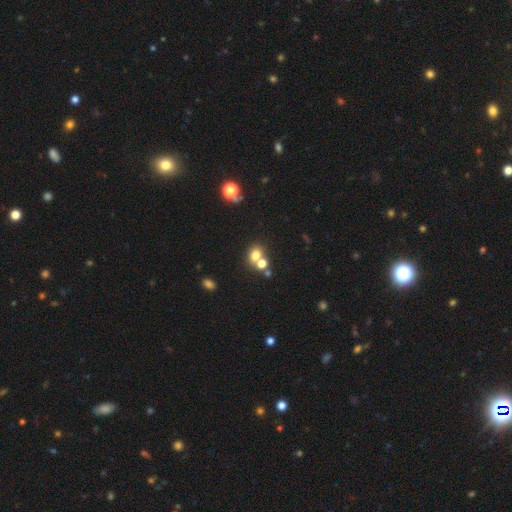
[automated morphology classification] Smooth or featured: smooth — 71% (star or artifact — 17%)
How rounded: round — 56% (in between — 43%)
Merging: none — 44% (merger — 43%)